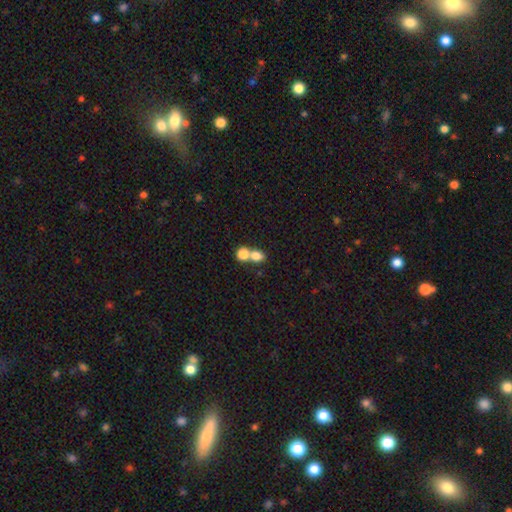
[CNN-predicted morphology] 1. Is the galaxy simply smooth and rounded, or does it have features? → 79% smooth, 11% star or artifact, 10% featured or disk.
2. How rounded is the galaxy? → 56% round, 43% in between, 1% cigar-shaped.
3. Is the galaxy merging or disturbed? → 58% merger, 33% none, 6% minor disturbance, 3% major disturbance.